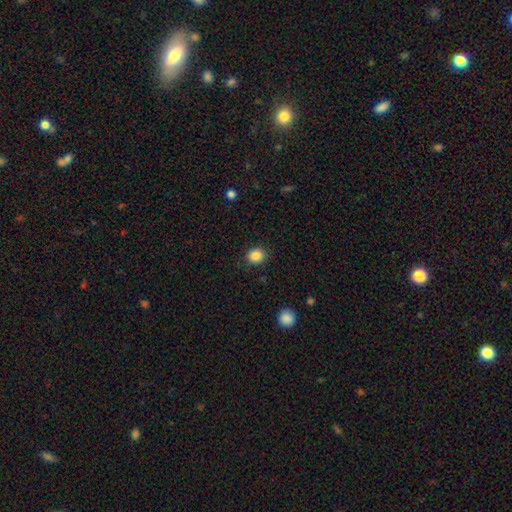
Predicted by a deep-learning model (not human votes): Smooth or featured? Predicted: smooth (p=0.87). How rounded? Predicted: round (p=0.68). Merging? Predicted: none (p=0.89).